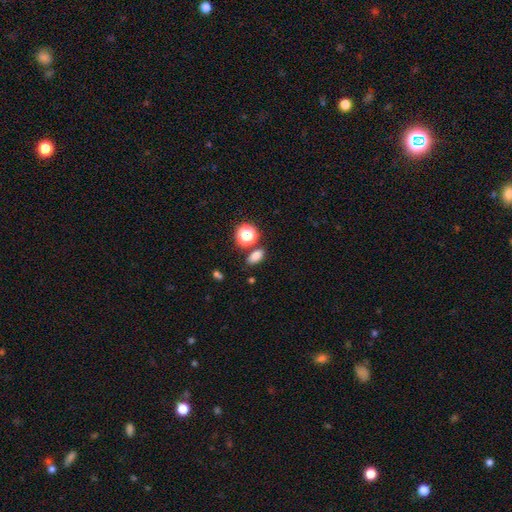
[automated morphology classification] This appears to be a smooth galaxy with no disk features (77%) that is in between round and cigar-shaped (80%). Merging: none (78%).